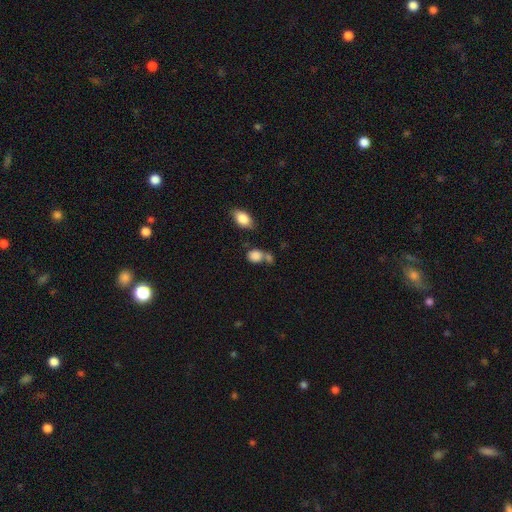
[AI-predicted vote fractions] Smooth or featured? smooth (84%)
How rounded? round (55%)
Merging? none (47%)